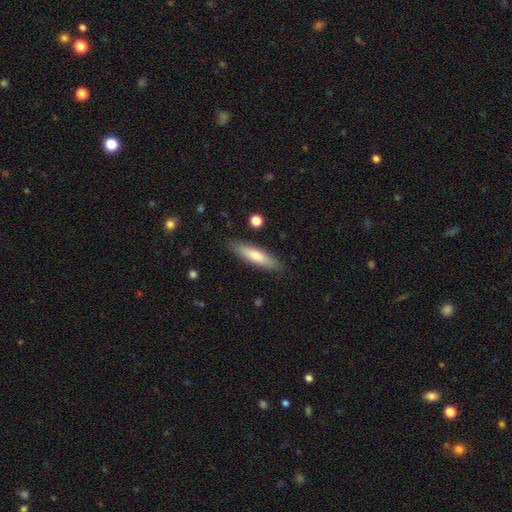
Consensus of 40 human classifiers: smooth-or-featured: smooth: 78% | featured or disk: 18% | star or artifact: 5%
  how-rounded: cigar-shaped: 71% | in between: 19% | round: 10%
  merging: none: 84% | minor disturbance: 13% | major disturbance: 3% | merger: 0%